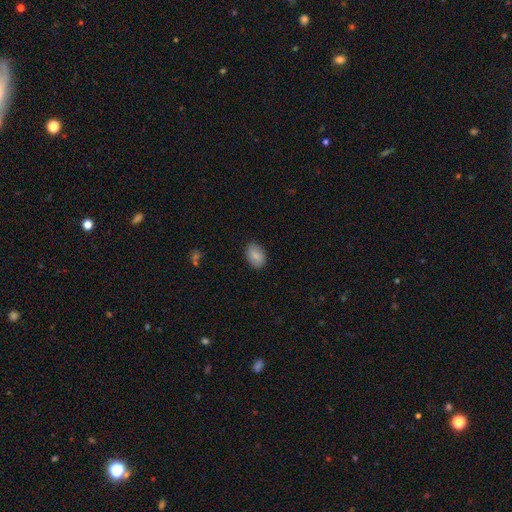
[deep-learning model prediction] Smooth or featured? Predicted: smooth (p=0.85). How rounded? Predicted: in between (p=0.86). Merging? Predicted: none (p=0.87).